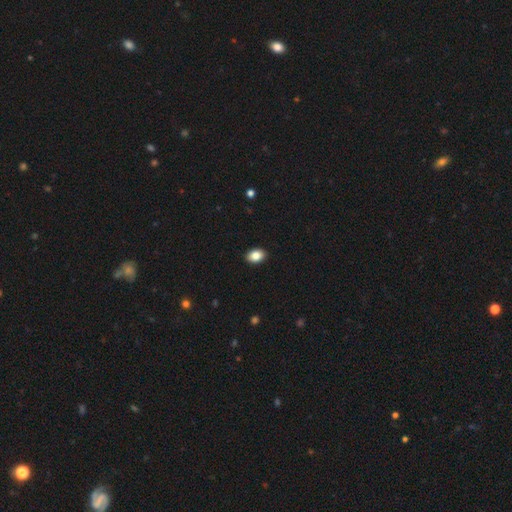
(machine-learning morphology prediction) Smooth or featured? Predicted: smooth (p=0.86). How rounded? Predicted: in between (p=0.82). Merging? Predicted: none (p=0.91).